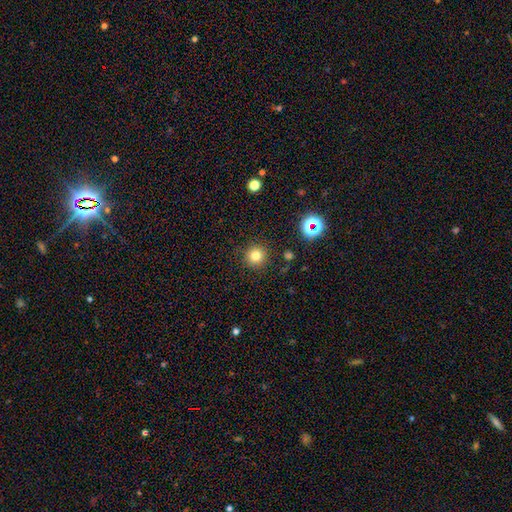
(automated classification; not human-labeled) A smooth galaxy with no disk features (78%) that is round (95%). Merging: none (90%).